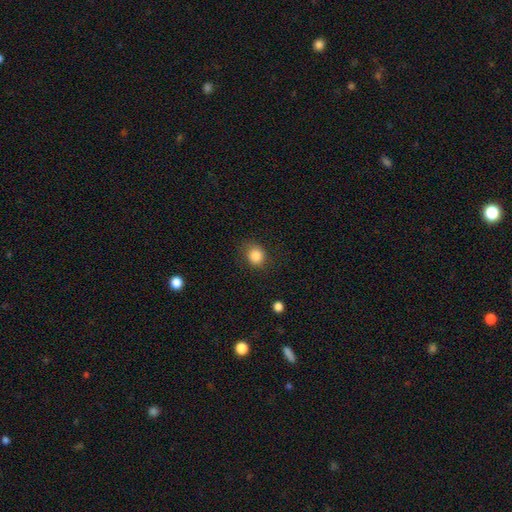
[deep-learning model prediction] Smooth or featured?
  - smooth: 84% *
  - star or artifact: 10%
  - featured or disk: 6%
How rounded?
  - round: 71% *
  - in between: 28%
  - cigar-shaped: 1%
Merging?
  - none: 78% *
  - minor disturbance: 15%
  - major disturbance: 5%
  - merger: 1%